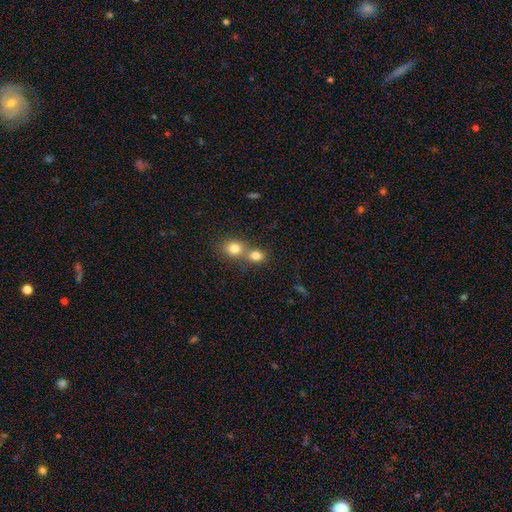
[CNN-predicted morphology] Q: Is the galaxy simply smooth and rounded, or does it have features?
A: smooth — 80%.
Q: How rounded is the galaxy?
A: round — 64%.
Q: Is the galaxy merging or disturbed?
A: merger — 48%.